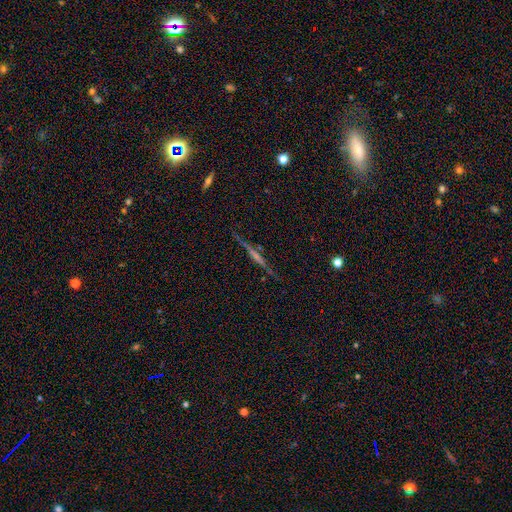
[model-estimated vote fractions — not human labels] smooth_or_featured: featured or disk (p=0.71) [alt: smooth p=0.18]
disk_edge_on: yes (p=0.97) [alt: no p=0.03]
edge_on_bulge: none (p=0.51) [alt: rounded p=0.30]
merging: none (p=0.87) [alt: minor disturbance p=0.09]